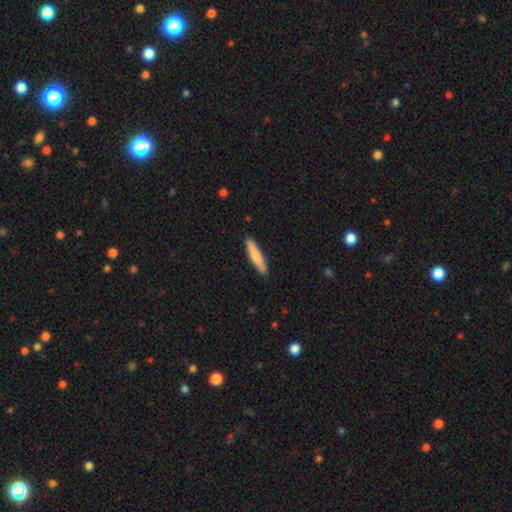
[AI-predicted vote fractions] Smooth or featured: smooth — 76% (featured or disk — 19%)
How rounded: cigar-shaped — 89% (in between — 10%)
Merging: none — 89% (minor disturbance — 8%)